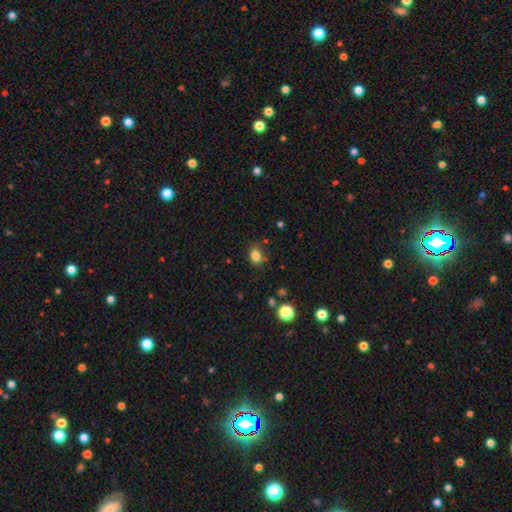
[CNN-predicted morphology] The model was most divided on "how rounded": in between: 62%, round: 37%, cigar-shaped: 1%. More confident: smooth or featured — smooth (82%); merging — none (76%).